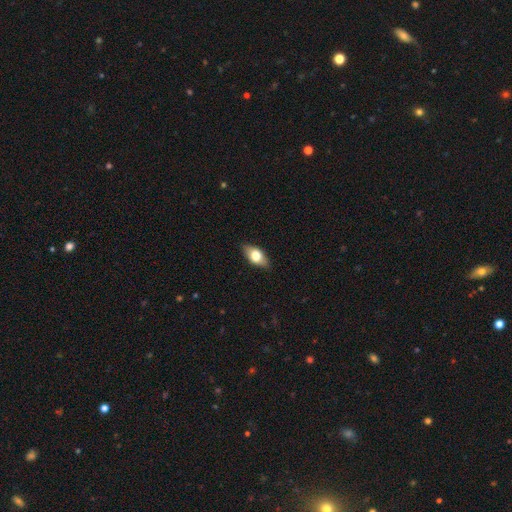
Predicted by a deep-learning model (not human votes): smooth 64%, featured or disk 29%, star or artifact 7%. Down the decision tree: how rounded — in between (85%); merging — none (85%).